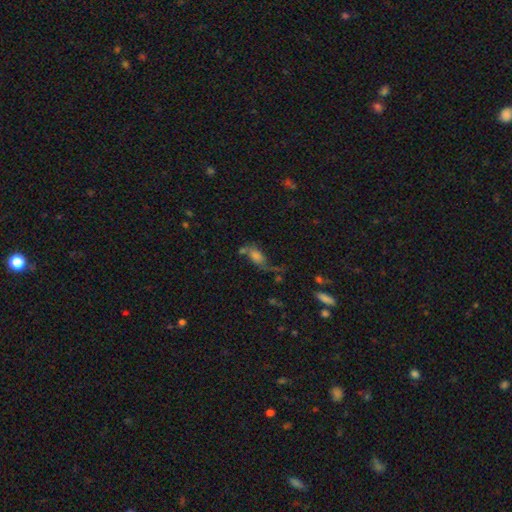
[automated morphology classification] The model was most divided on "smooth or featured": featured or disk: 41%, smooth: 40%, star or artifact: 19%. Remaining: merging — none (39%).